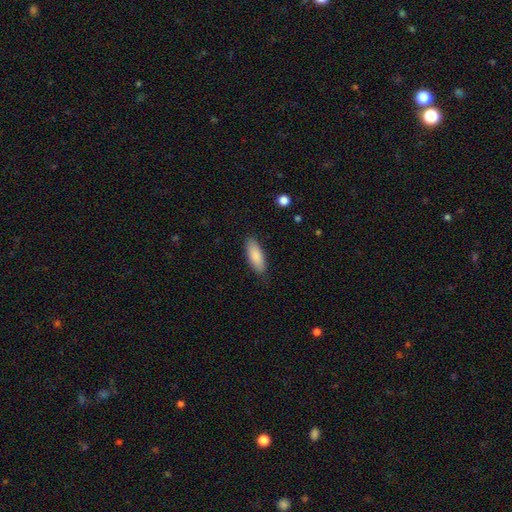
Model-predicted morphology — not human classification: This is clearly a smooth galaxy (87%). How rounded: likely in between (68%). Merging: clearly none (86%).